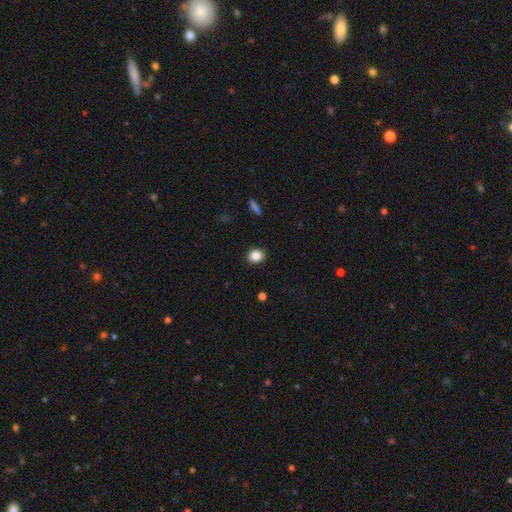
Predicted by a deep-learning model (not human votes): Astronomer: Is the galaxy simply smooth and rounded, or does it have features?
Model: smooth — 85%.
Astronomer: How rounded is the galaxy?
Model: round — 60% (runner-up: in between, 39%).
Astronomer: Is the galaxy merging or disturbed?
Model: none — 90%.